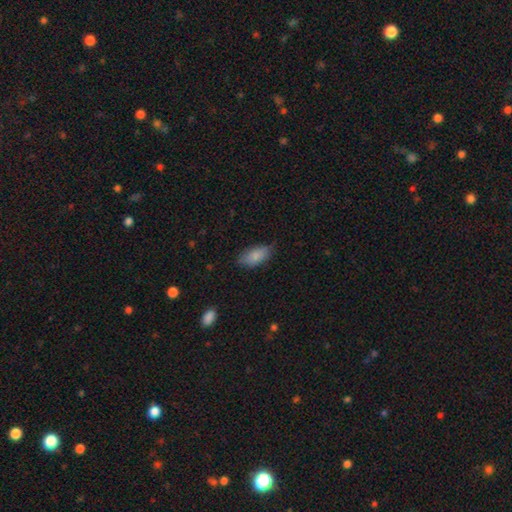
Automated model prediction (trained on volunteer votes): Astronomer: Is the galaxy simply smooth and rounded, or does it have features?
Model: smooth — 85%.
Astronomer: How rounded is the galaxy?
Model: in between — 91%.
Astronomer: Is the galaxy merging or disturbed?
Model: none — 77%.